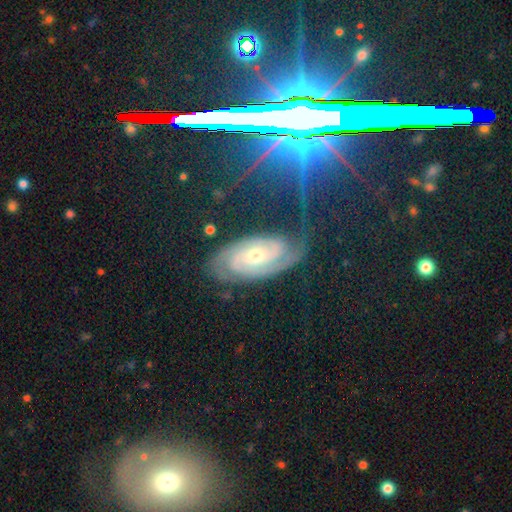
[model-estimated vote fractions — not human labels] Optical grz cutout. It shows a featured or disk galaxy (86%) with no bar (59%), 2 (58%) tight (72%) spiral arms (97%) and a moderate central bulge (49%). Merging: none (77%).